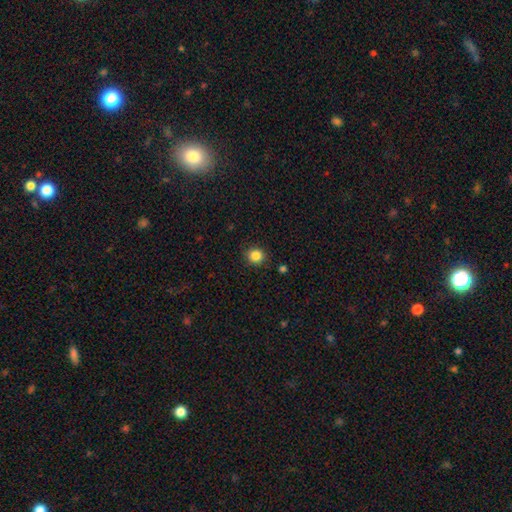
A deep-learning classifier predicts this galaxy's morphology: Smooth or featured? smooth (85%)
How rounded? round (89%)
Merging? none (89%)